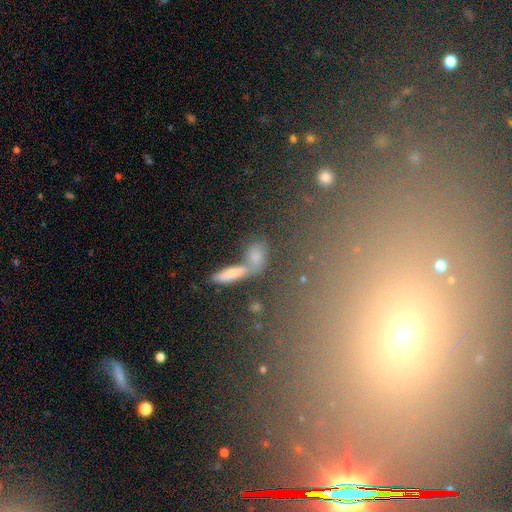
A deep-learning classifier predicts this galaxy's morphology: Smooth or featured? smooth (69%)
How rounded? in between (62%)
Merging? none (43%)